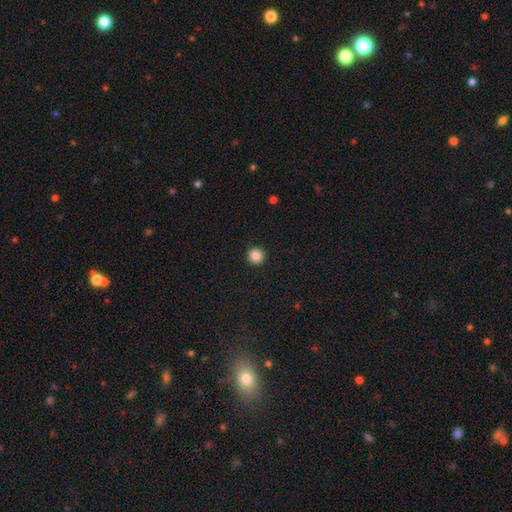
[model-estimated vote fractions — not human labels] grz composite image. It shows a smooth galaxy with no disk features (87%) that is round (95%). Merging: none (92%).